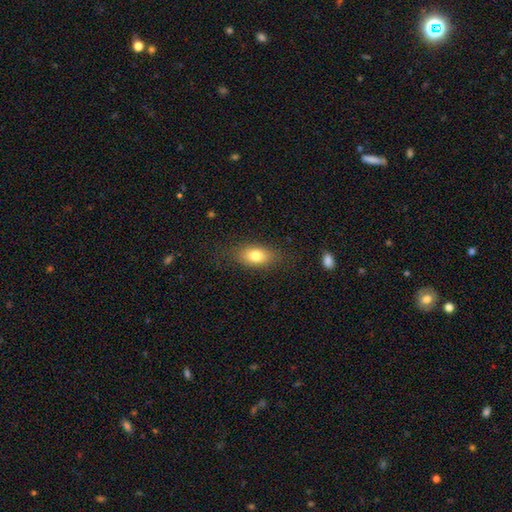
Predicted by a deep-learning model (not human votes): Smooth or featured? Predicted: smooth (p=0.79). How rounded? Predicted: in between (p=0.84). Merging? Predicted: none (p=0.81).